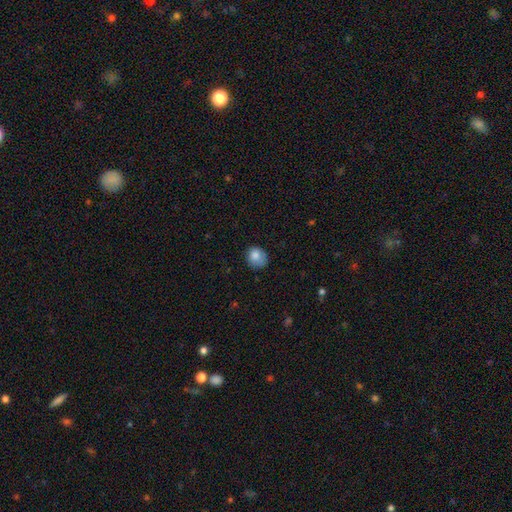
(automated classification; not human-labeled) A smooth galaxy with no disk features (81%) that is round (74%).

Vote fractions:
- Smooth or featured? smooth: 81% / featured or disk: 10% / star or artifact: 9%
- How rounded? round: 74% / in between: 25% / cigar-shaped: 1%
- Merging? none: 61% / minor disturbance: 28% / major disturbance: 9% / merger: 2%